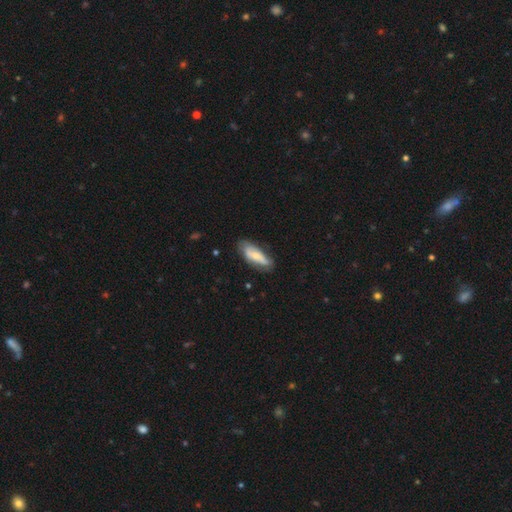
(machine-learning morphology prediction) Q: Smooth or featured?
A: smooth (52%); runner-up: featured or disk (42%)
Q: How rounded?
A: in between (71%); runner-up: cigar-shaped (27%)
Q: Merging?
A: none (65%); runner-up: minor disturbance (26%)